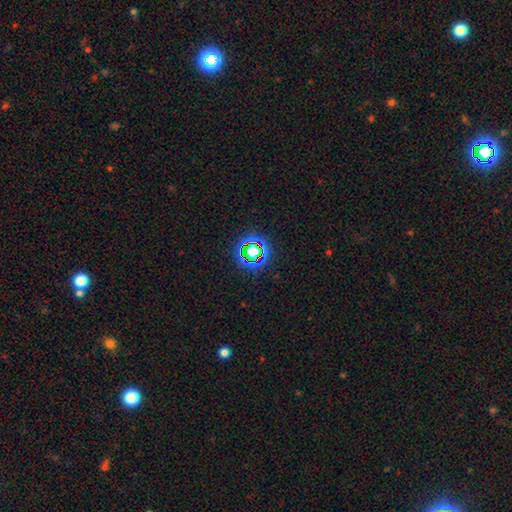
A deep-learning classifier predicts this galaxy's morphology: The model was most divided on "smooth or featured": star or artifact: 74%, smooth: 16%, featured or disk: 10%.